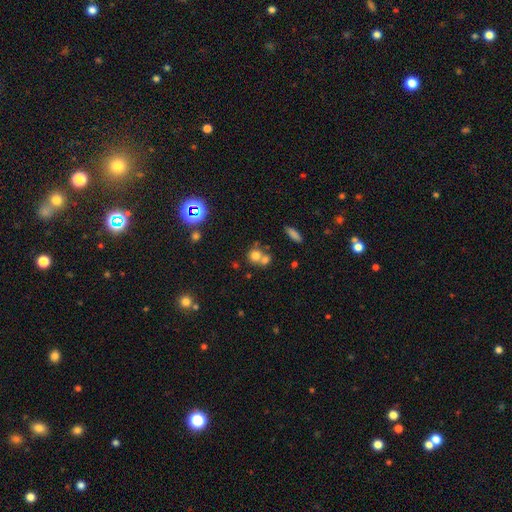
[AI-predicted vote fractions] smooth 71%, star or artifact 15%, featured or disk 14%. Down the decision tree: how rounded — round (81%); merging — merger (50%).